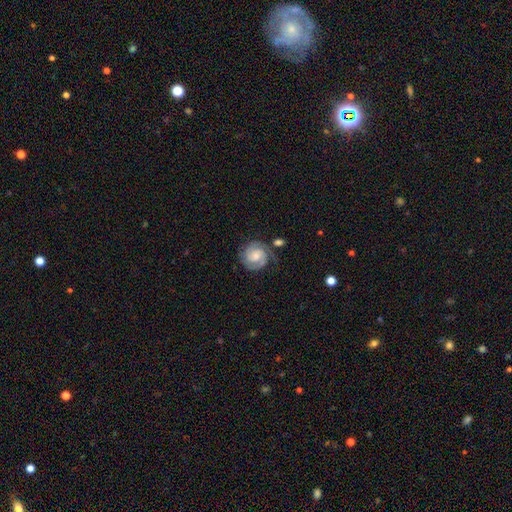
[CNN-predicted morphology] smooth-or-featured: featured or disk: 79% | smooth: 15% | star or artifact: 6%
  disk-edge-on: no: 98% | yes: 2%
    bar: no: 57% | weak: 35% | strong: 7%
    has-spiral-arms: yes: 97% | no: 3%
      spiral-winding: tight: 65% | medium: 29% | loose: 6%
      spiral-arm-count: 2: 74% | 3: 10% | can't tell: 9% | 1: 4% | 4: 2% | more than 4: 2%
    bulge-size: small: 43% (tied) | moderate: 43% (tied) | none: 7% | large: 5% | dominant: 1%
  merging: none: 71% | minor disturbance: 17% | major disturbance: 7% | merger: 6%